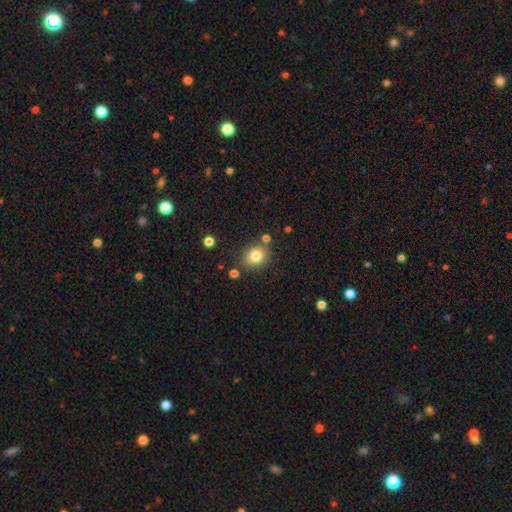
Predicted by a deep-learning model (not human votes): Smooth or featured? smooth (81%)
How rounded? round (65%)
Merging? none (78%)